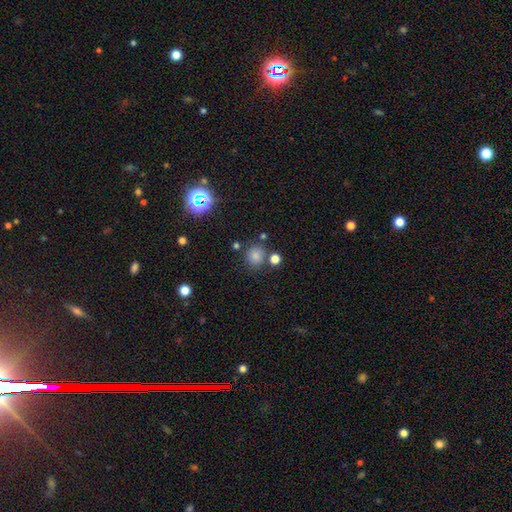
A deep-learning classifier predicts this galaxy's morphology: Smooth or featured: smooth — 77% (star or artifact — 17%)
How rounded: round — 87% (in between — 12%)
Merging: none — 74% (merger — 11%)